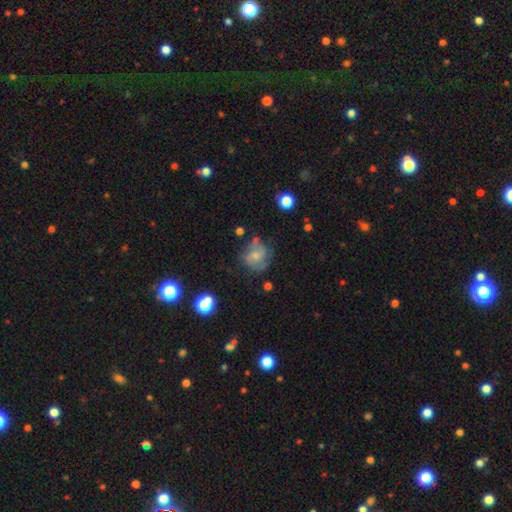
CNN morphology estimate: smooth-or-featured: smooth: 48% | featured or disk: 41% | star or artifact: 10%
  merging: none: 57% | minor disturbance: 24% | major disturbance: 14% | merger: 5%